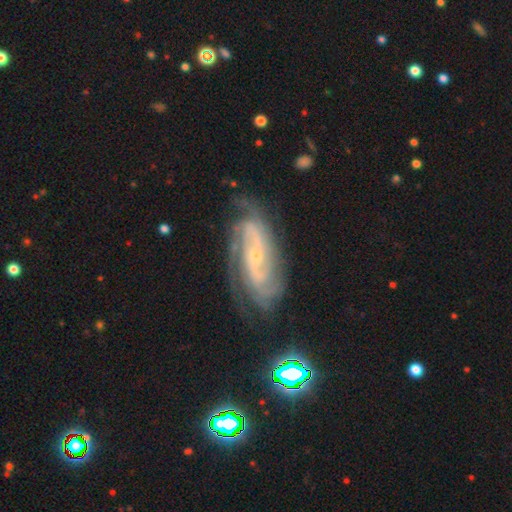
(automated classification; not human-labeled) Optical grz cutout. It shows a featured or disk galaxy (86%) with no bar (54%), 2 (32%) tight (54%) spiral arms (97%) and a small central bulge (78%). Merging: none (73%).